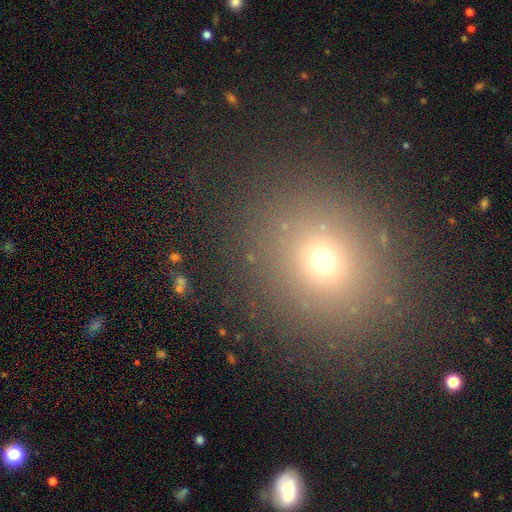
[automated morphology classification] The model was most divided on "smooth or featured": smooth: 65%, star or artifact: 26%, featured or disk: 9%. More confident: merging — none (86%); how rounded — round (74%).